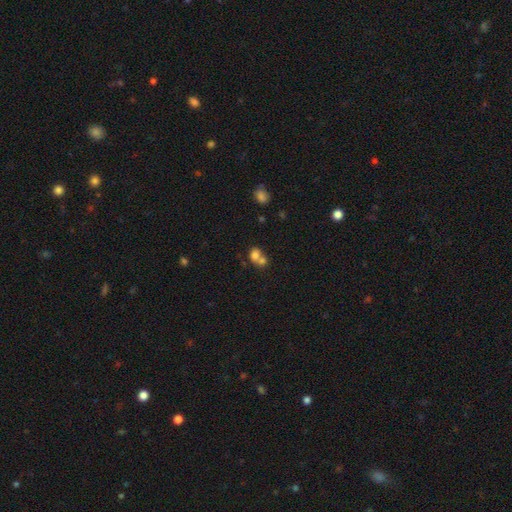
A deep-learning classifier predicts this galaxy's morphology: The model was most divided on "how rounded": round: 60%, in between: 39%, cigar-shaped: 1%. More confident: smooth or featured — smooth (74%); merging — merger (64%).